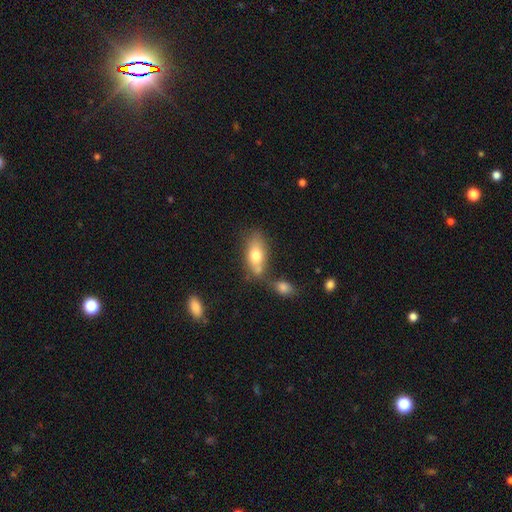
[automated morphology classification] smooth 74%, featured or disk 19%, star or artifact 7%. Down the decision tree: how rounded — in between (85%); merging — none (45%).